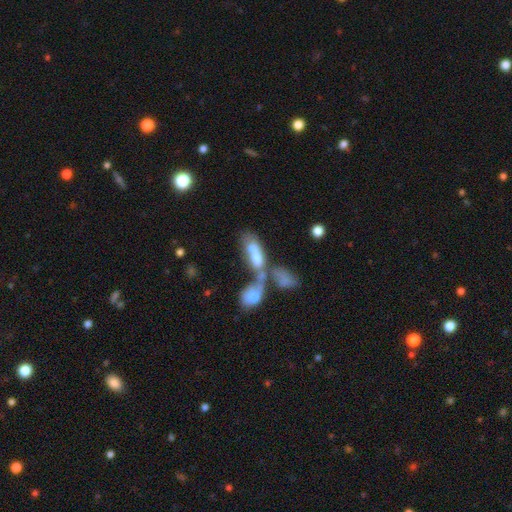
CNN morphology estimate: A smooth galaxy with no disk features (57%) that is in between round and cigar-shaped (79%). Merging: merger (70%).